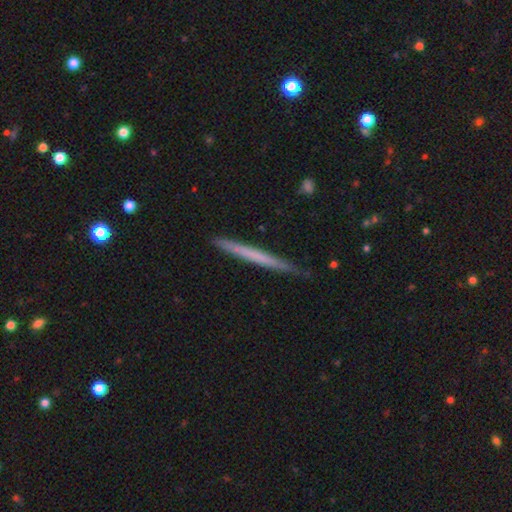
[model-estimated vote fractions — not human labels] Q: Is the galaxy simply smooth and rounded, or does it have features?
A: smooth — 54%.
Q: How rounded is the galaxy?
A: cigar-shaped — 97%.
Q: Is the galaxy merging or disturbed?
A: none — 83%.